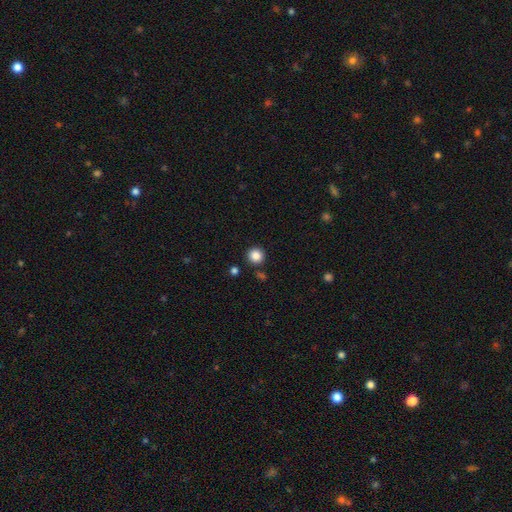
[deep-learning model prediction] Morphology: type=smooth (86%); roundness=round (94%); merging=none (89%).